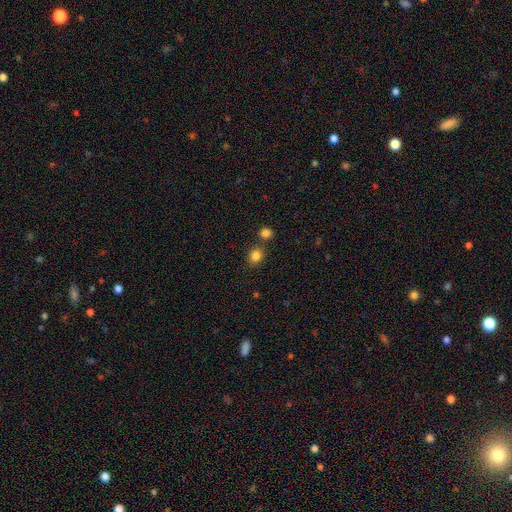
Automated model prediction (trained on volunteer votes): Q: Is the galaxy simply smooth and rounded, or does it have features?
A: smooth — 83%.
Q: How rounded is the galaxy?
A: round — 70%.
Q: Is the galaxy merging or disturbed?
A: none — 74%.